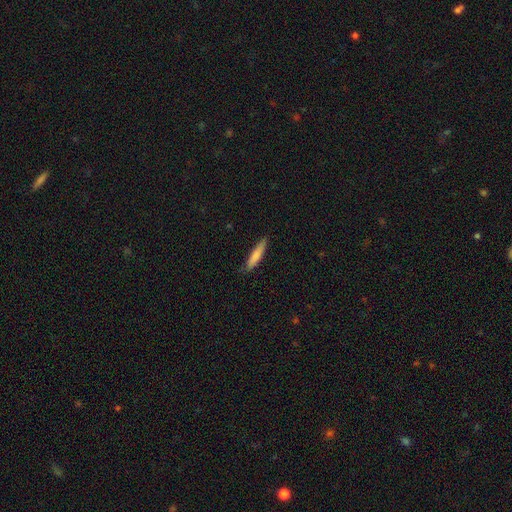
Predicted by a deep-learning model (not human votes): A smooth galaxy with no disk features (77%) that is cigar-shaped (88%).

Vote fractions:
- Smooth or featured? smooth: 77% / featured or disk: 17% / star or artifact: 6%
- How rounded? cigar-shaped: 88% / in between: 11% / round: 1%
- Merging? none: 82% / minor disturbance: 14% / major disturbance: 2% / merger: 1%